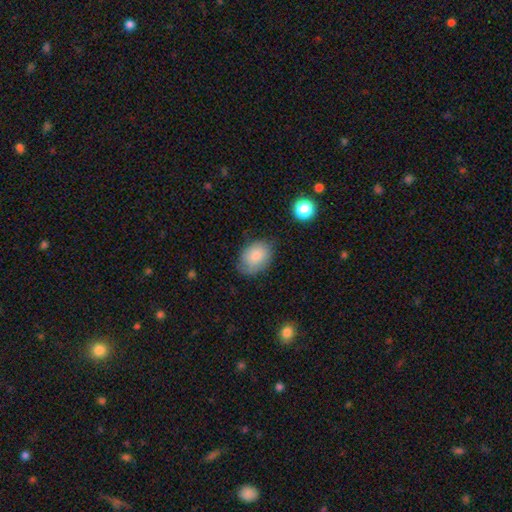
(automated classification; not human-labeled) Smooth or featured: smooth — 82% (featured or disk — 10%)
How rounded: in between — 80% (round — 19%)
Merging: none — 71% (minor disturbance — 22%)